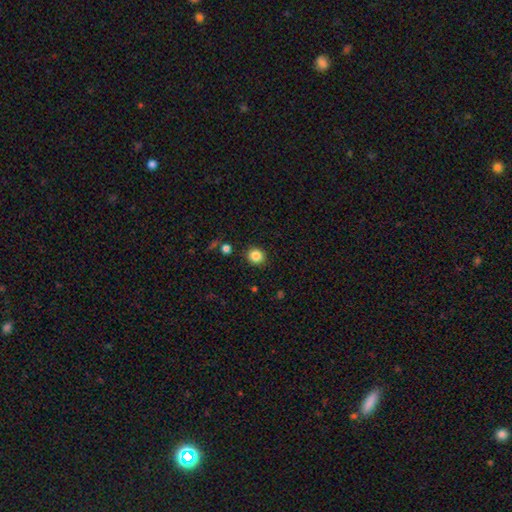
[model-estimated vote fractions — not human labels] Smooth or featured? smooth (84%)
How rounded? round (82%)
Merging? none (89%)